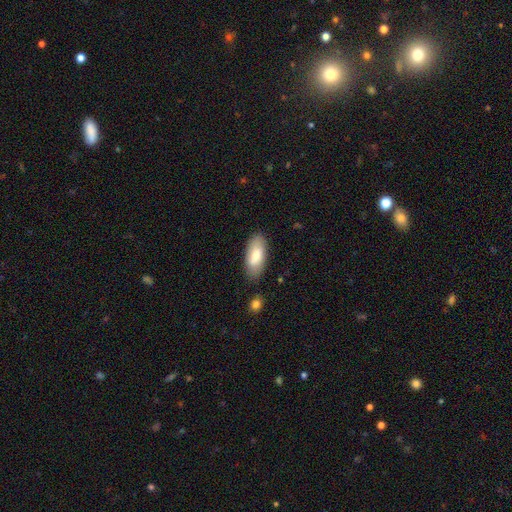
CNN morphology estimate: The model was most divided on "smooth or featured": smooth: 77%, featured or disk: 17%, star or artifact: 6%. More confident: how rounded — in between (86%); merging — none (81%).